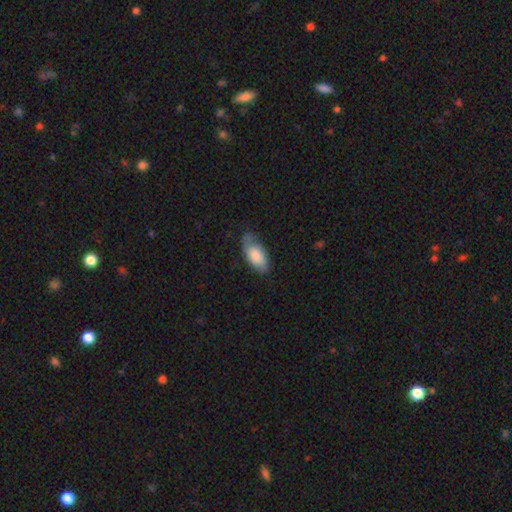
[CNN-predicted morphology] Smooth or featured? Predicted: smooth (p=0.78). How rounded? Predicted: in between (p=0.91). Merging? Predicted: none (p=0.58).